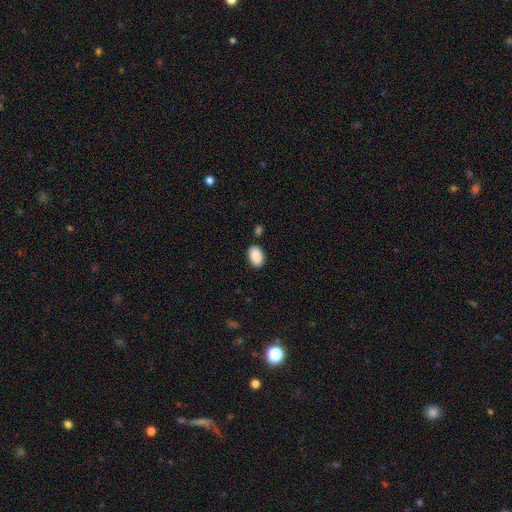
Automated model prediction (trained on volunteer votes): Smooth or featured? Predicted: smooth (p=0.90). How rounded? Predicted: in between (p=0.90). Merging? Predicted: none (p=0.84).